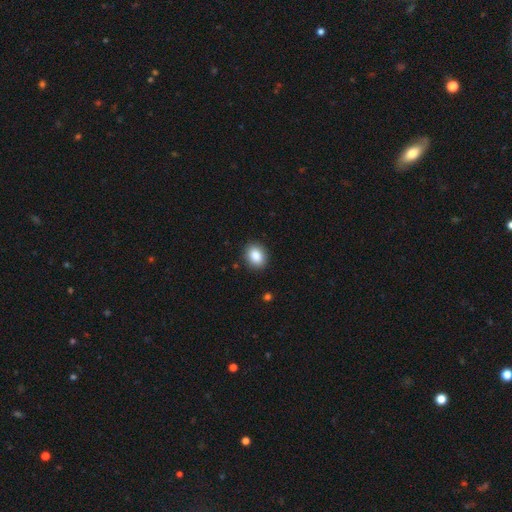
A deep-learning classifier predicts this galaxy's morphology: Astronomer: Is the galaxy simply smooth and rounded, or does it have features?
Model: smooth — 86%.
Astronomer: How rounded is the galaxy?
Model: in between — 57% (runner-up: round, 42%).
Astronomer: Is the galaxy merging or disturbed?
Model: none — 89%.